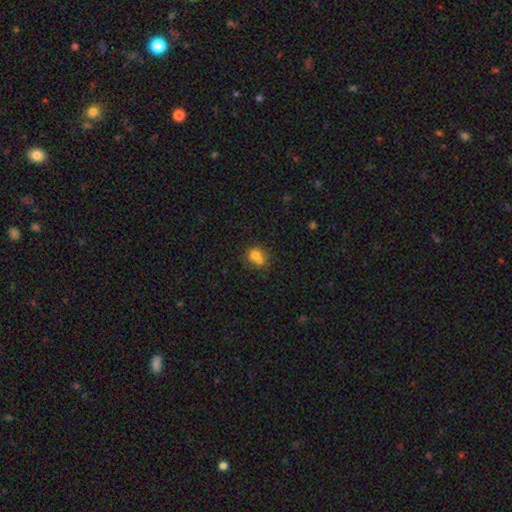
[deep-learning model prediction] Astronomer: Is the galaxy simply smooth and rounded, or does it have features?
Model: smooth — 72%.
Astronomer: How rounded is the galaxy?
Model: round — 67%.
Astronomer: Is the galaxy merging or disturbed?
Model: merger — 49% (runner-up: none, 36%).